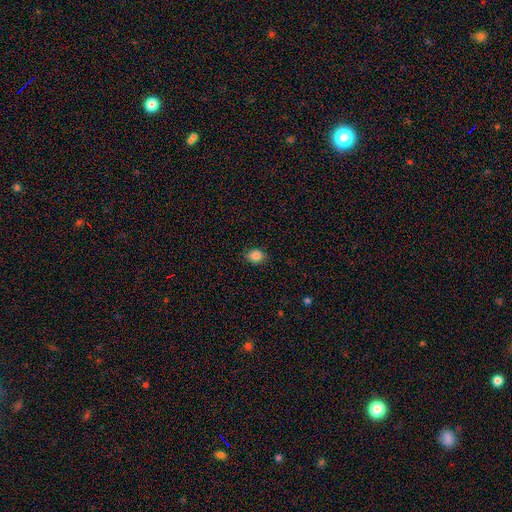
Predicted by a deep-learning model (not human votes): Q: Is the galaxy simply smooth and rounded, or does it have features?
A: smooth — 85%.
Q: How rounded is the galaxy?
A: round — 53%.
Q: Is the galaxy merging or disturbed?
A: none — 86%.